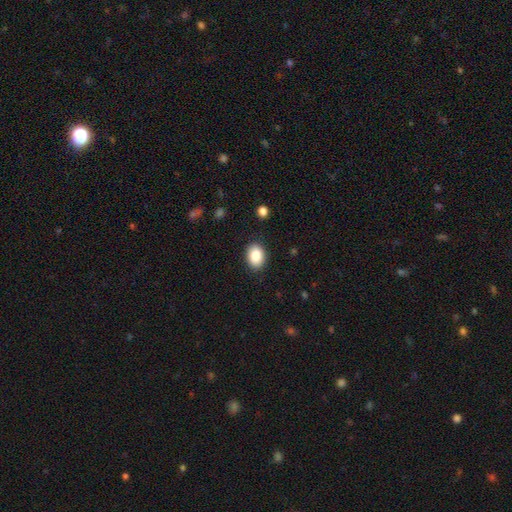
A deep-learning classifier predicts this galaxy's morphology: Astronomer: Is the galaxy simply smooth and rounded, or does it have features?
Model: smooth — 87%.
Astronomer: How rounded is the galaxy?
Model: in between — 73%.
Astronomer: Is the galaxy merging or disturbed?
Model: none — 88%.